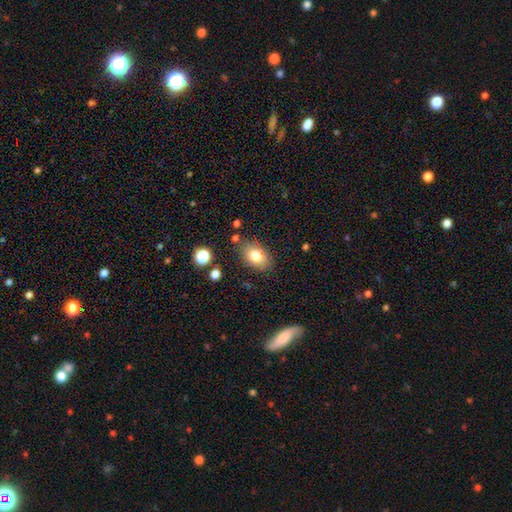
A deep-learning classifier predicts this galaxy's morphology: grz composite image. It shows a smooth galaxy with no disk features (79%) that is in between round and cigar-shaped (82%). Merging: none (80%).